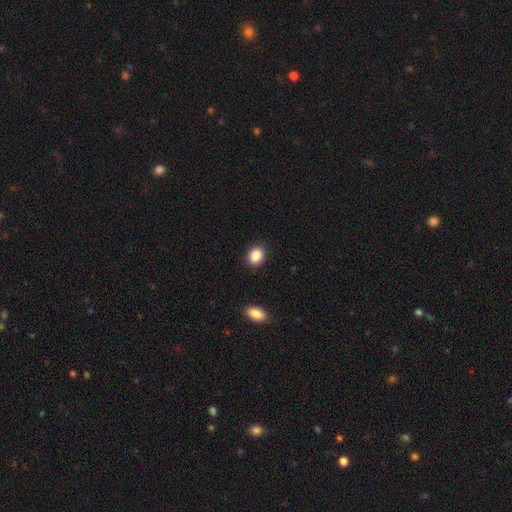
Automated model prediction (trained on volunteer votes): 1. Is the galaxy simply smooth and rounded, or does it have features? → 89% smooth, 8% star or artifact, 3% featured or disk.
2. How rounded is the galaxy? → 55% in between, 44% round, 1% cigar-shaped.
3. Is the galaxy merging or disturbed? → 88% none, 9% minor disturbance, 3% major disturbance, 1% merger.